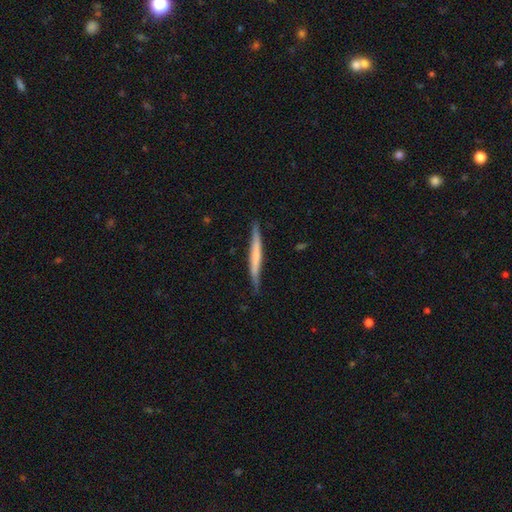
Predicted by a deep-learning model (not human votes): A smooth galaxy with no disk features (49%). Merging: none (84%).